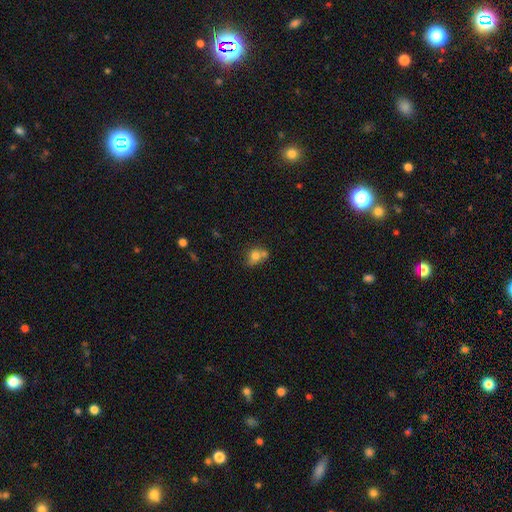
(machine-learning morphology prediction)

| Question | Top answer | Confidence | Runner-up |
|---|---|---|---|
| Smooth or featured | smooth | 73% | featured or disk (16%) |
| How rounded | round | 60% | in between (39%) |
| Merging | merger | 42% | none (37%) |